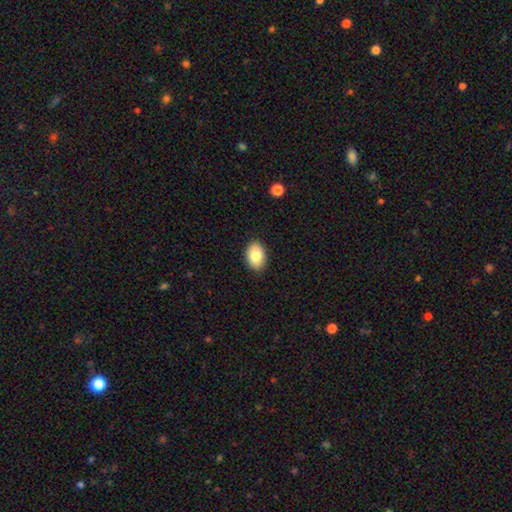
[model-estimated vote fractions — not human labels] This is clearly a smooth galaxy (81%). How rounded: clearly in between (84%). Merging: clearly none (88%).